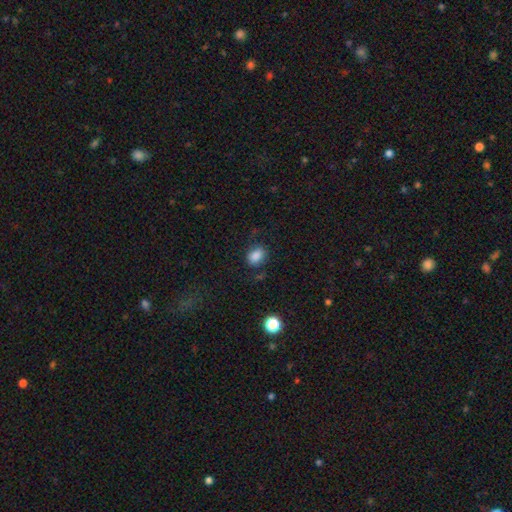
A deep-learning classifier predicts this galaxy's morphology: smooth-or-featured: smooth: 83% | star or artifact: 10% | featured or disk: 7%
  how-rounded: in between: 64% | round: 35% | cigar-shaped: 1%
  merging: none: 70% | minor disturbance: 19% | major disturbance: 8% | merger: 3%